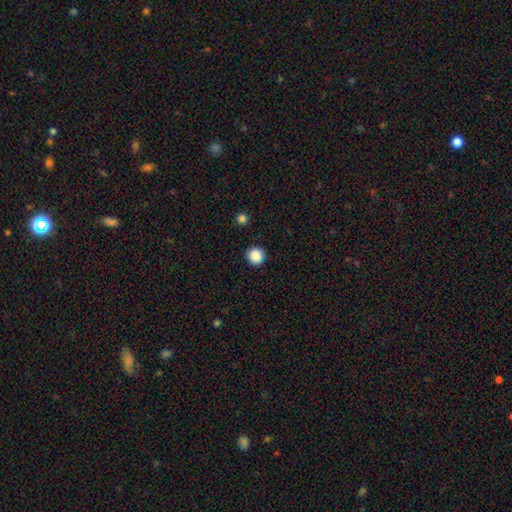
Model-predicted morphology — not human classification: Smooth or featured? smooth (88%)
How rounded? round (94%)
Merging? none (92%)